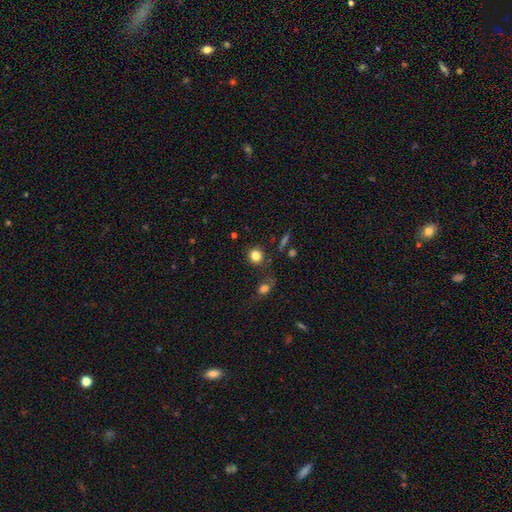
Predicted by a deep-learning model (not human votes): This is clearly a smooth galaxy (81%). How rounded: clearly round (87%). Merging: likely none (80%).